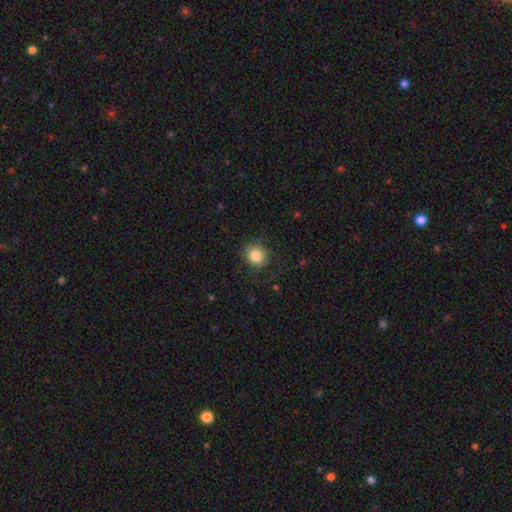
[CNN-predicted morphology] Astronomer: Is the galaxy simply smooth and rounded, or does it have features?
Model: smooth — 84%.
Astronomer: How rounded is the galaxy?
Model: round — 90%.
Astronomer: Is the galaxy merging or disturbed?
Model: none — 85%.